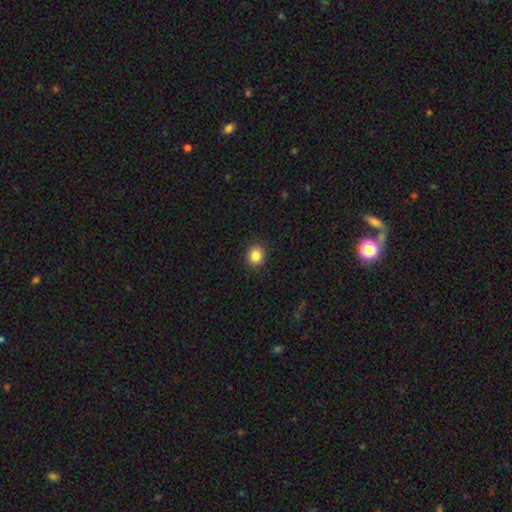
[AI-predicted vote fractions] Smooth or featured? Predicted: smooth (p=0.85). How rounded? Predicted: round (p=0.76). Merging? Predicted: none (p=0.91).